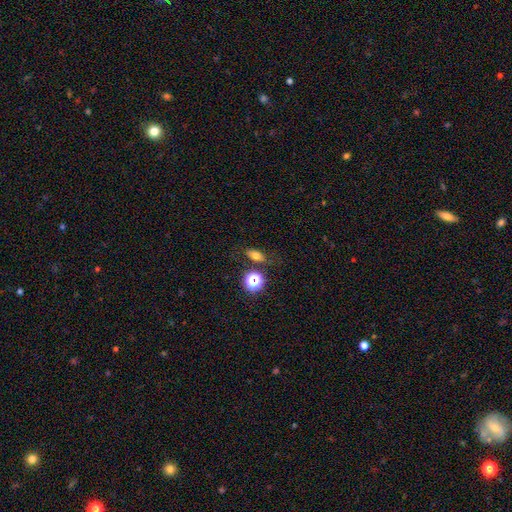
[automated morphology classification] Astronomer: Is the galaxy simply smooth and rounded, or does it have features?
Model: smooth — 64%.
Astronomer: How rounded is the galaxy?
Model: in between — 72%.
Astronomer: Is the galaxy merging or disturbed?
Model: none — 73%.